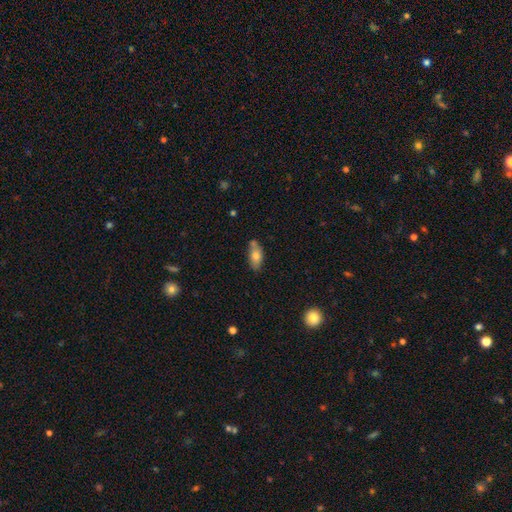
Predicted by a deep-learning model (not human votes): A smooth galaxy with no disk features (73%) that is in between round and cigar-shaped (85%). Merging: none (65%).